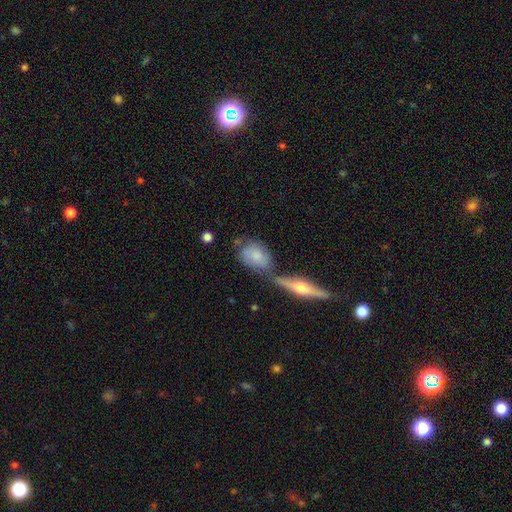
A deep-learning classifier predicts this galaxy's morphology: The model was most divided on "merging": none: 47%, merger: 25%, minor disturbance: 20%, major disturbance: 8%. More confident: how rounded — in between (76%); smooth or featured — smooth (61%).